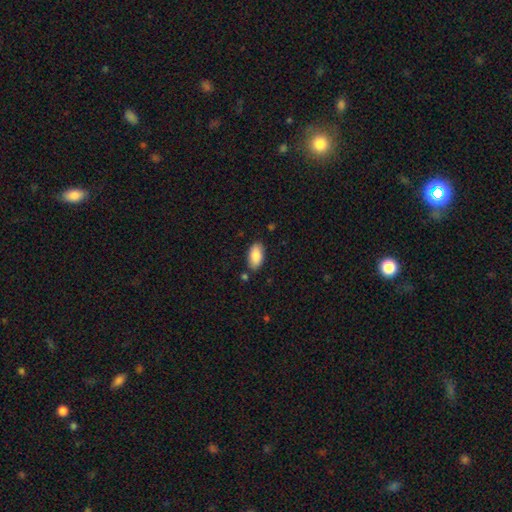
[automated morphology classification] A smooth galaxy with no disk features (87%) that is in between round and cigar-shaped (94%). Merging: none (84%).